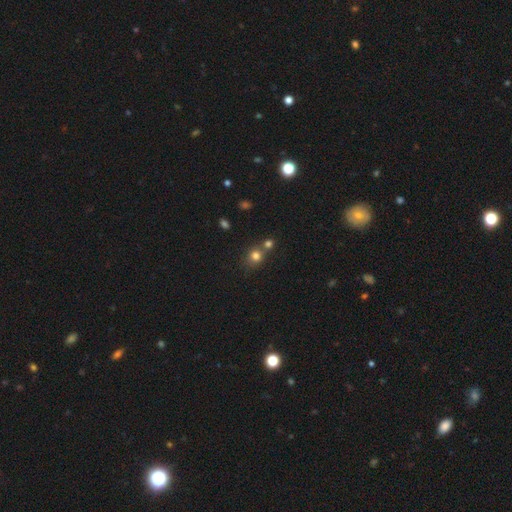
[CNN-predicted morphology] smooth_or_featured: smooth (p=0.77) [alt: star or artifact p=0.15]
how_rounded: round (p=0.79) [alt: in between p=0.20]
merging: none (p=0.54) [alt: merger p=0.34]